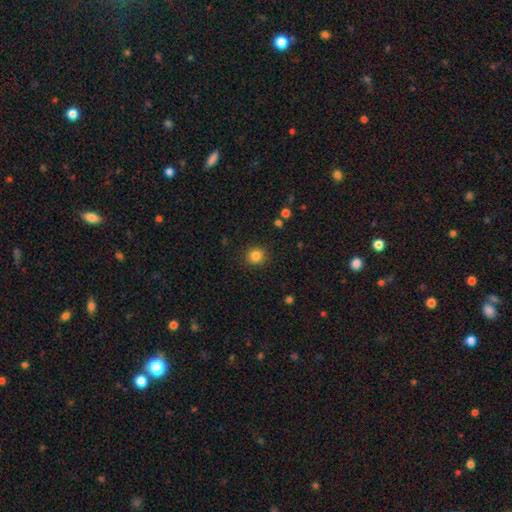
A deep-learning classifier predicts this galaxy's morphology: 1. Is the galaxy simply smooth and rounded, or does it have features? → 84% smooth, 11% star or artifact, 4% featured or disk.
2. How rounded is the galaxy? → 90% round, 9% in between, 1% cigar-shaped.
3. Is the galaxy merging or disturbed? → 90% none, 6% minor disturbance, 2% major disturbance, 1% merger.